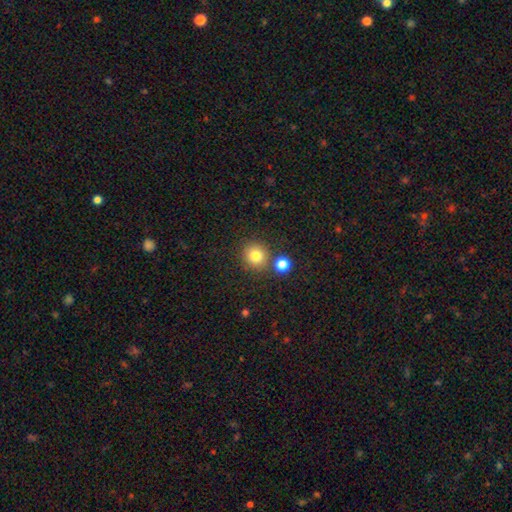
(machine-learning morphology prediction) smooth 81%, star or artifact 12%, featured or disk 7%. Down the decision tree: how rounded — round (88%); merging — none (78%).